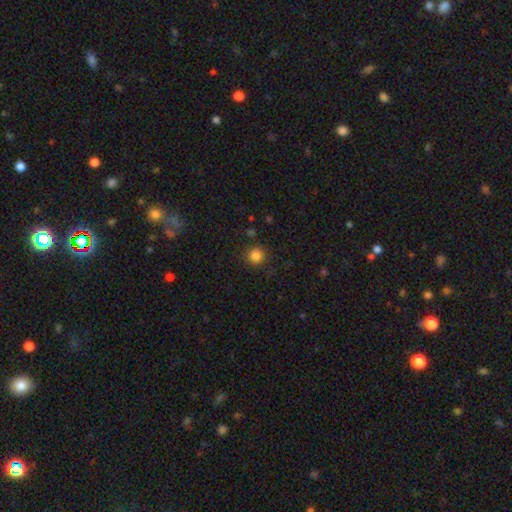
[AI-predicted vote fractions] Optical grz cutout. It shows a smooth galaxy with no disk features (84%) that is round (94%). Merging: none (90%).